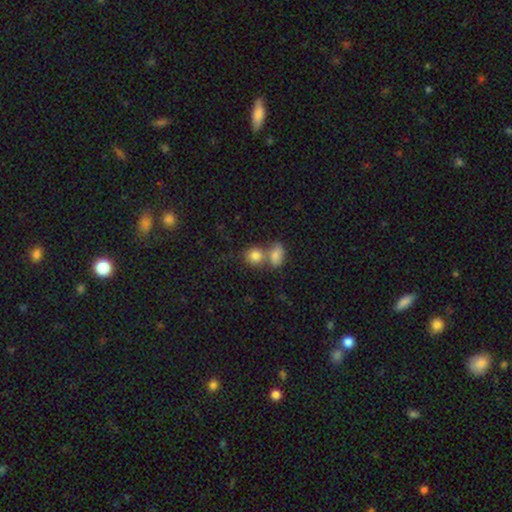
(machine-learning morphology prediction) The model was most divided on "merging": merger: 50%, none: 38%, minor disturbance: 9%, major disturbance: 4%. More confident: smooth or featured — smooth (81%); how rounded — round (67%).